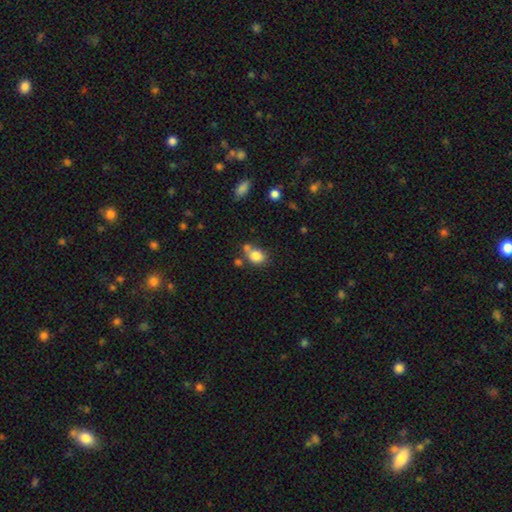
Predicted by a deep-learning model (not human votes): smooth 82%, star or artifact 10%, featured or disk 8%. Down the decision tree: how rounded — in between (54%); merging — none (50%).